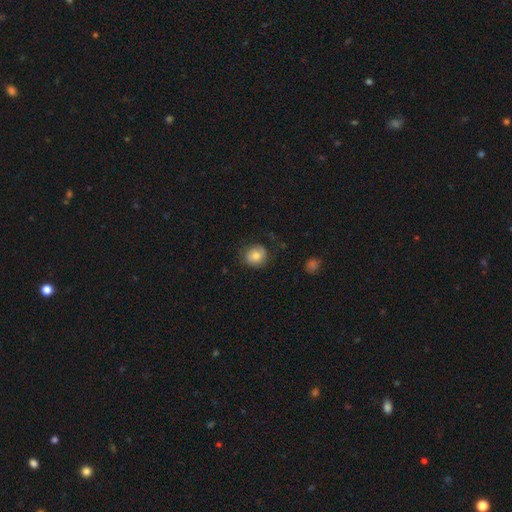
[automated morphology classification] Smooth or featured: smooth — 71% (featured or disk — 21%)
How rounded: round — 80% (in between — 19%)
Merging: none — 70% (minor disturbance — 20%)